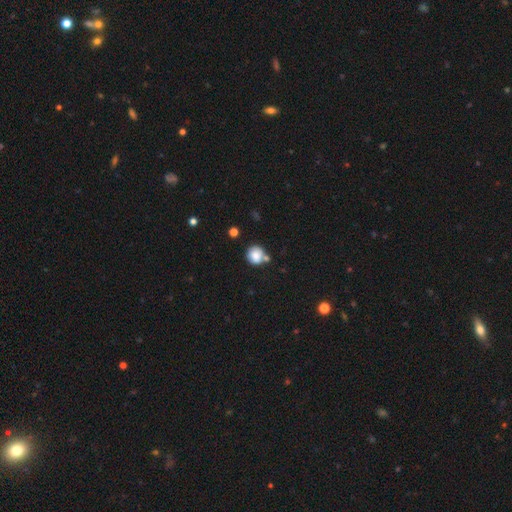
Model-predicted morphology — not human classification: Smooth or featured: smooth — 82% (featured or disk — 9%)
How rounded: round — 90% (in between — 9%)
Merging: none — 61% (merger — 20%)